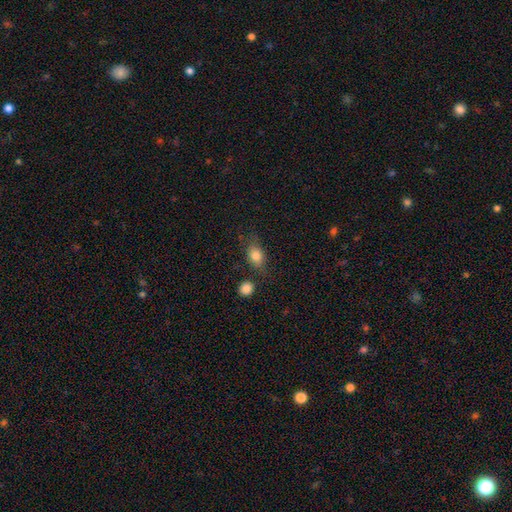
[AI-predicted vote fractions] This appears to be a smooth galaxy with no disk features (80%) that is in between round and cigar-shaped (69%). Merging: none (64%).